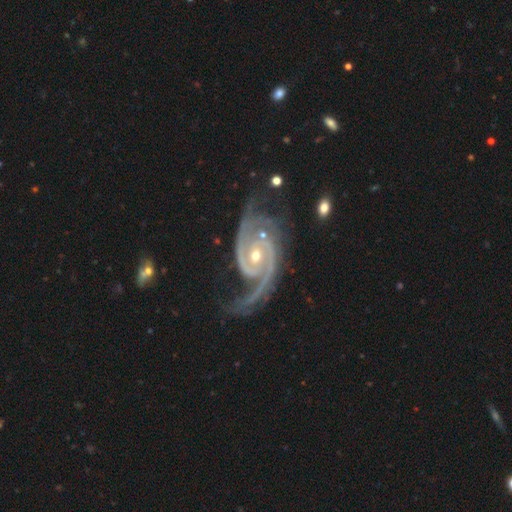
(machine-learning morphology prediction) featured or disk 93%, star or artifact 4%, smooth 2%. Down the decision tree: edge-on disk — no (97%); bar — no (57%); spiral arms — yes (98%); spiral arm count — 2 (78%); spiral winding — medium (50%); bulge size — small (50%); merging — none (58%).